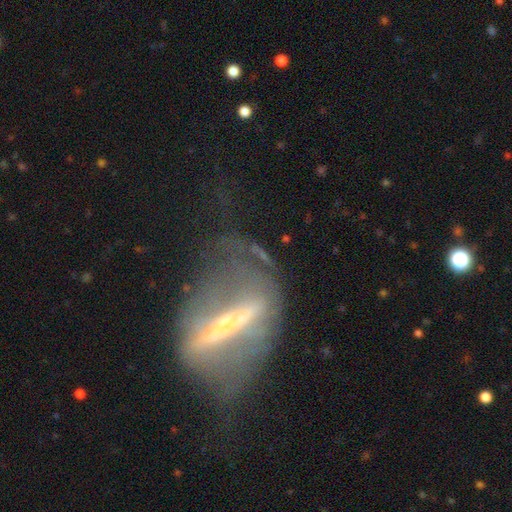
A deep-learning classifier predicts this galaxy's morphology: type=featured or disk (77%); edge-on=no (53%); merging=none (42%).